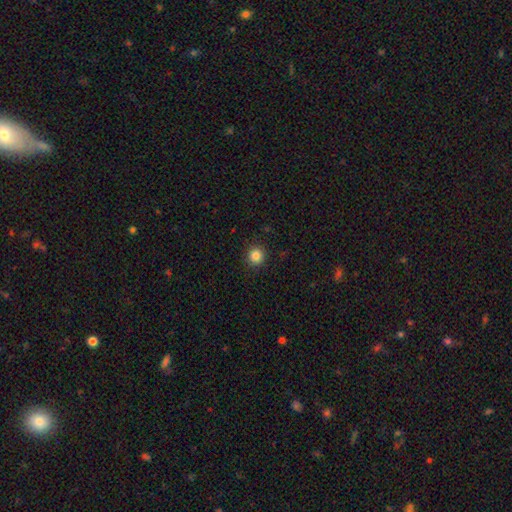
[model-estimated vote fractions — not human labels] This is clearly a smooth galaxy (84%). How rounded: clearly round (94%). Merging: clearly none (92%).